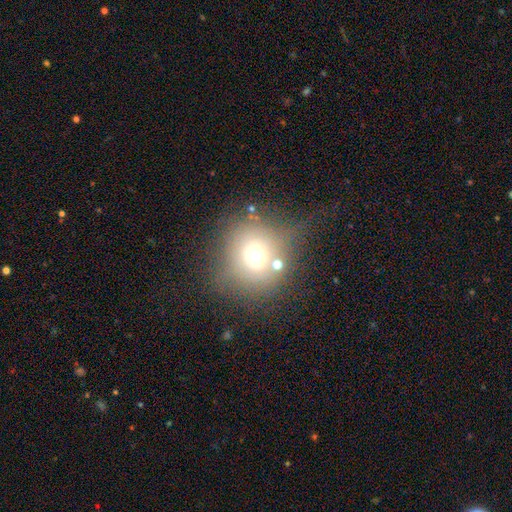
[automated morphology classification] Q: Smooth or featured?
A: smooth (61%); runner-up: featured or disk (22%)
Q: How rounded?
A: round (89%); runner-up: in between (10%)
Q: Merging?
A: none (63%); runner-up: minor disturbance (16%)